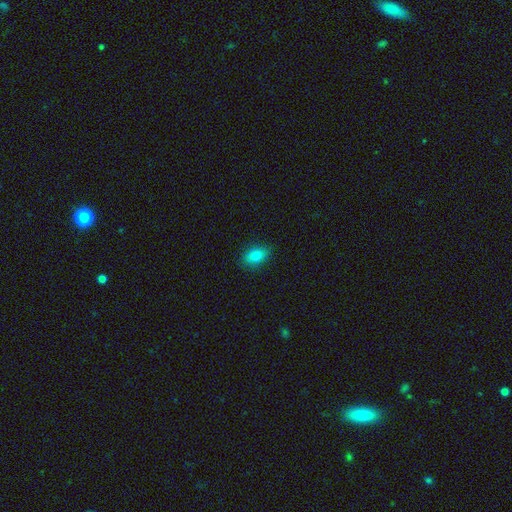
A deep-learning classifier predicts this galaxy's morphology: Smooth or featured? Predicted: smooth (p=0.81). How rounded? Predicted: in between (p=0.85). Merging? Predicted: none (p=0.87).